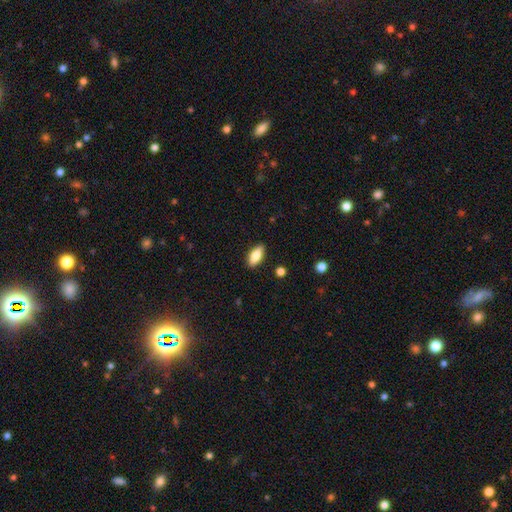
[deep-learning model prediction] A smooth galaxy with no disk features (78%) that is in between round and cigar-shaped (81%).

Vote fractions:
- Smooth or featured? smooth: 78% / featured or disk: 16% / star or artifact: 7%
- How rounded? in between: 81% / cigar-shaped: 16% / round: 3%
- Merging? none: 88% / minor disturbance: 9% / major disturbance: 2% / merger: 1%